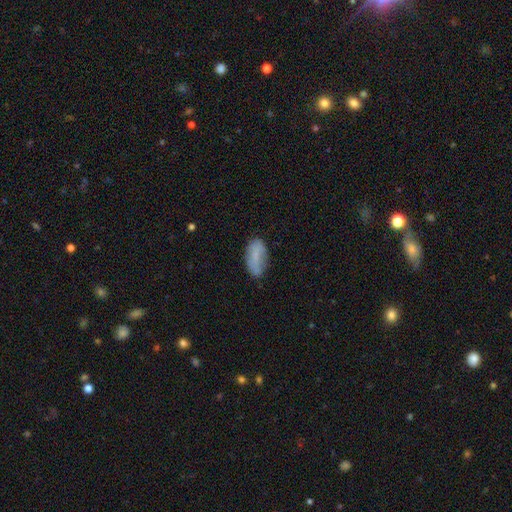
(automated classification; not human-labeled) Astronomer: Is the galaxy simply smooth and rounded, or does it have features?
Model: smooth — 75%.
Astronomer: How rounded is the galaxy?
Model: in between — 90%.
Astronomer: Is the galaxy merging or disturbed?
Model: none — 66%.